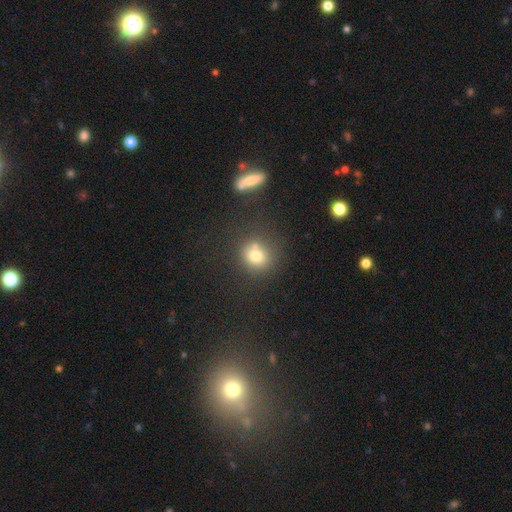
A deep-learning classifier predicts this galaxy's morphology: A smooth galaxy with no disk features (74%) that is round (84%).

Vote fractions:
- Smooth or featured? smooth: 74% / star or artifact: 15% / featured or disk: 11%
- How rounded? round: 84% / in between: 15% / cigar-shaped: 1%
- Merging? none: 64% / merger: 18% / minor disturbance: 13% / major disturbance: 5%